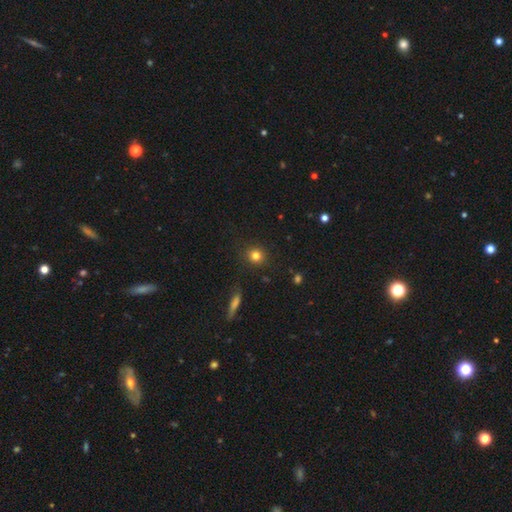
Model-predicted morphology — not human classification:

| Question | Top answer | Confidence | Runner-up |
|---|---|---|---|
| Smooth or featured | smooth | 81% | star or artifact (12%) |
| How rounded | round | 91% | in between (8%) |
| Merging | none | 90% | minor disturbance (7%) |